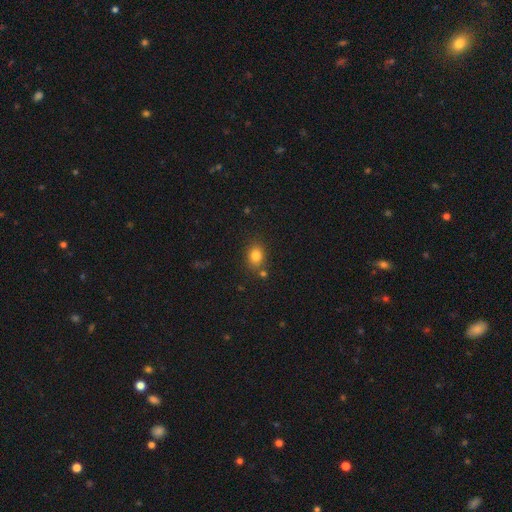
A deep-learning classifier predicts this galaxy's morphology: This is clearly a smooth galaxy (82%). How rounded: possibly in between (52%). Merging: likely none (77%).